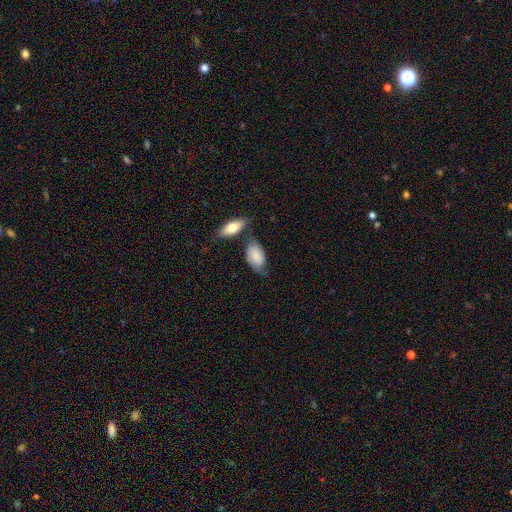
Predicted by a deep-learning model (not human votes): Morphology: type=smooth (71%); roundness=in between (92%); merging=none (44%).